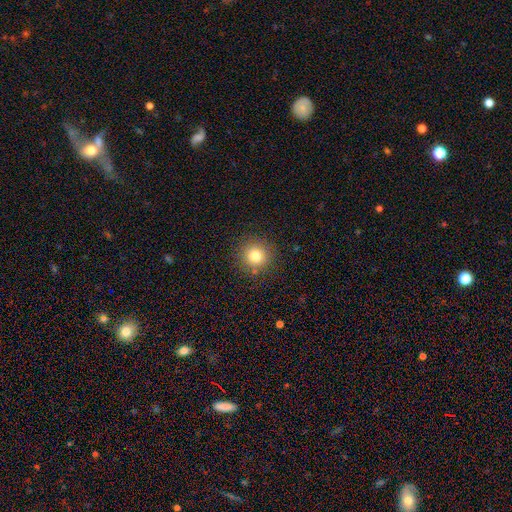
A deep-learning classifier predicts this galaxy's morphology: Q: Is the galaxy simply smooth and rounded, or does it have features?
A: smooth — 79%.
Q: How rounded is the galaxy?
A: round — 94%.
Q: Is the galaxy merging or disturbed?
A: none — 88%.